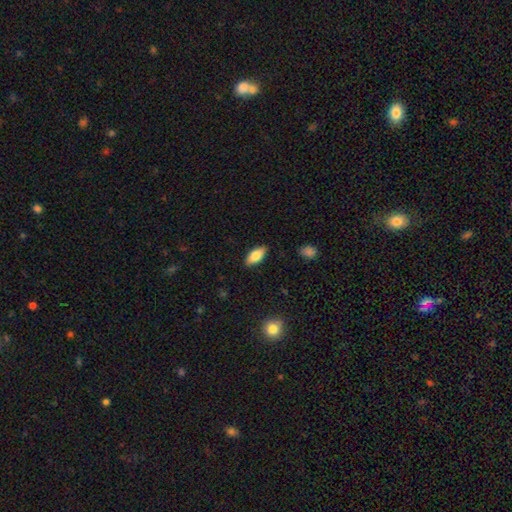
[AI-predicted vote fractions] A smooth galaxy with no disk features (77%) that is in between round and cigar-shaped (86%).

Vote fractions:
- Smooth or featured? smooth: 77% / featured or disk: 17% / star or artifact: 7%
- How rounded? in between: 86% / cigar-shaped: 11% / round: 3%
- Merging? none: 87% / minor disturbance: 10% / major disturbance: 2% / merger: 1%